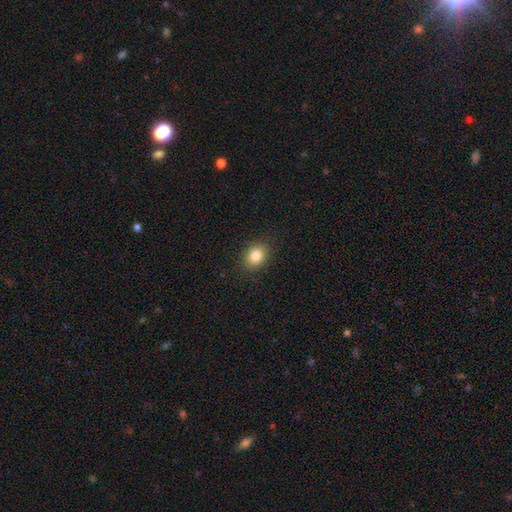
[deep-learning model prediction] This is clearly a smooth galaxy (83%). How rounded: possibly in between (59%). Merging: clearly none (87%).